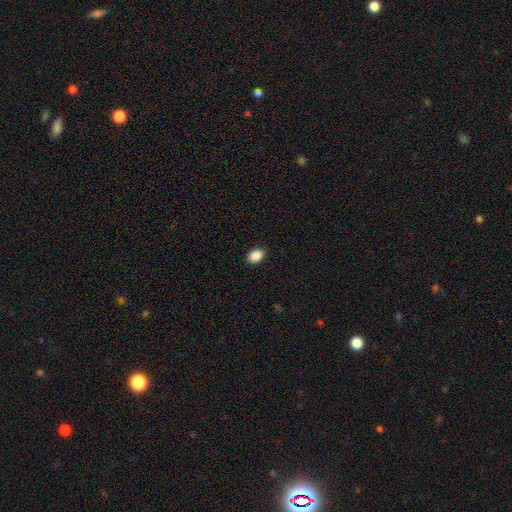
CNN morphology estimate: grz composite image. It shows a smooth galaxy with no disk features (88%) that is in between round and cigar-shaped (81%). Merging: none (89%).